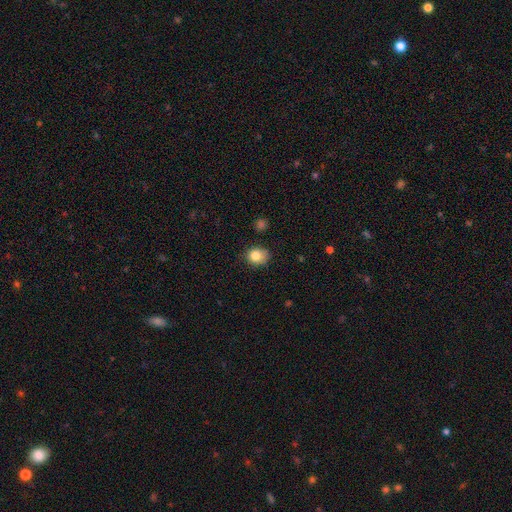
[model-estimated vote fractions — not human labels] Smooth or featured: smooth — 83% (star or artifact — 10%)
How rounded: round — 65% (in between — 34%)
Merging: none — 71% (minor disturbance — 22%)